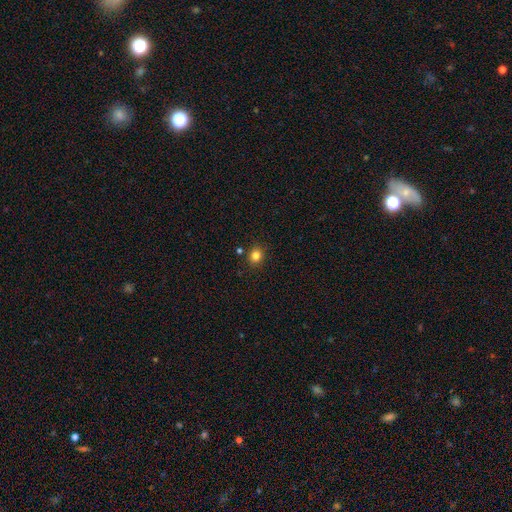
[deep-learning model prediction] The model was most divided on "how rounded": round: 77%, in between: 22%, cigar-shaped: 1%. More confident: merging — none (86%); smooth or featured — smooth (82%).